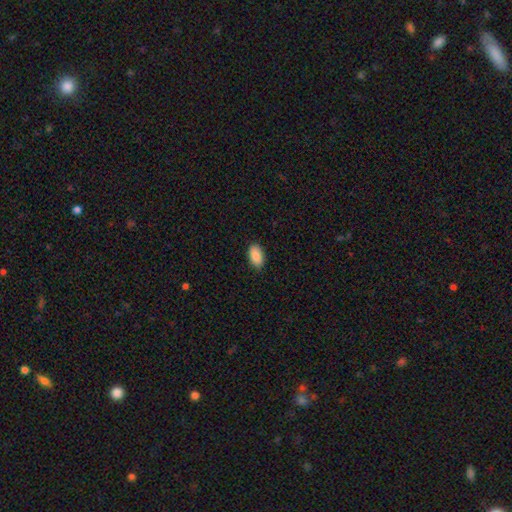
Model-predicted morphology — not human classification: Smooth or featured? smooth (89%)
How rounded? in between (94%)
Merging? none (88%)